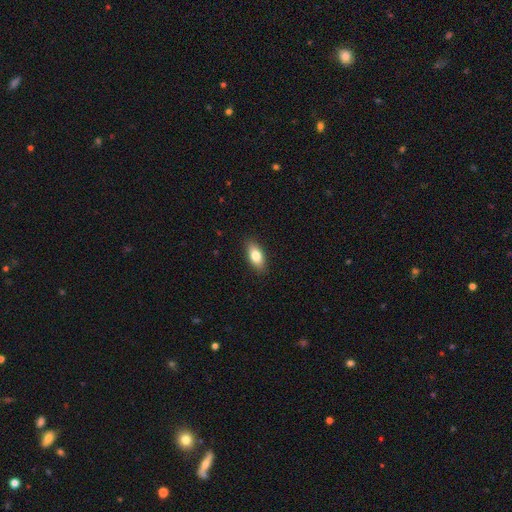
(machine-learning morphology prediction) Smooth or featured? smooth (81%)
How rounded? in between (86%)
Merging? none (89%)